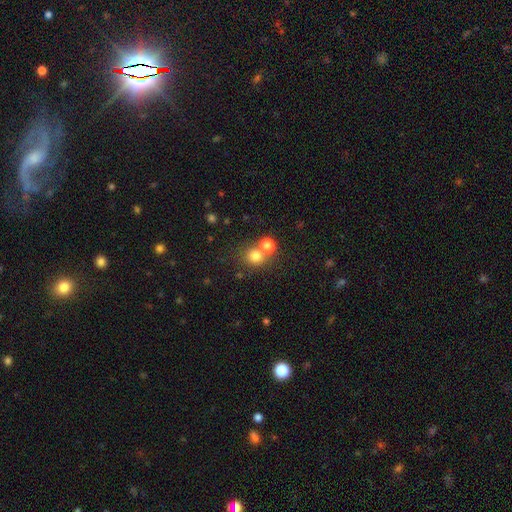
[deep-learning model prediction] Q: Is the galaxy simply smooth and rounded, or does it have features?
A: smooth — 77%.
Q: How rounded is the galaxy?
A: round — 85%.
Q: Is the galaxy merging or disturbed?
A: none — 57%.